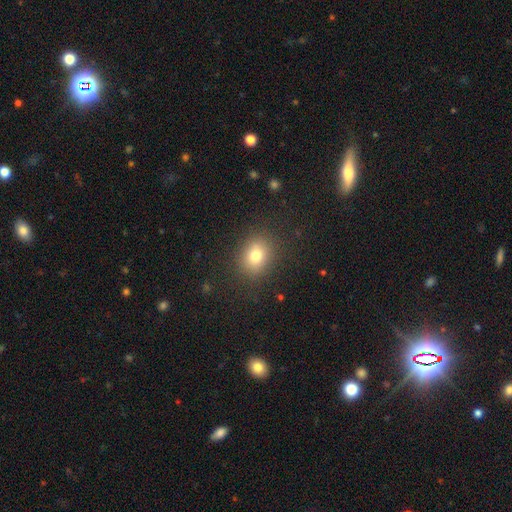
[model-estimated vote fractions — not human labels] The model was most divided on "how rounded": round: 59%, in between: 39%, cigar-shaped: 1%. More confident: merging — none (86%); smooth or featured — smooth (77%).